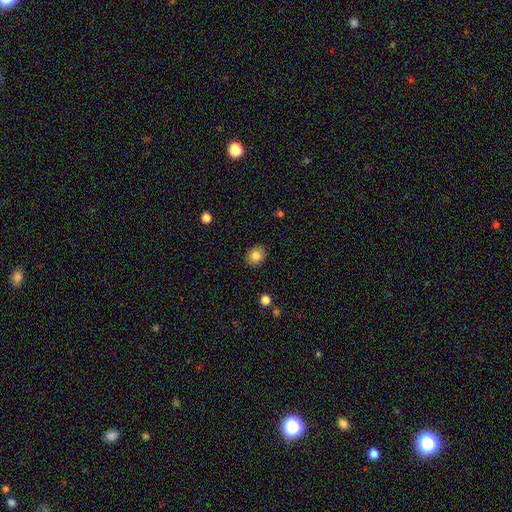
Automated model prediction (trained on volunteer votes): The model was most divided on "how rounded": round: 66%, in between: 33%, cigar-shaped: 1%. More confident: merging — none (88%); smooth or featured — smooth (84%).